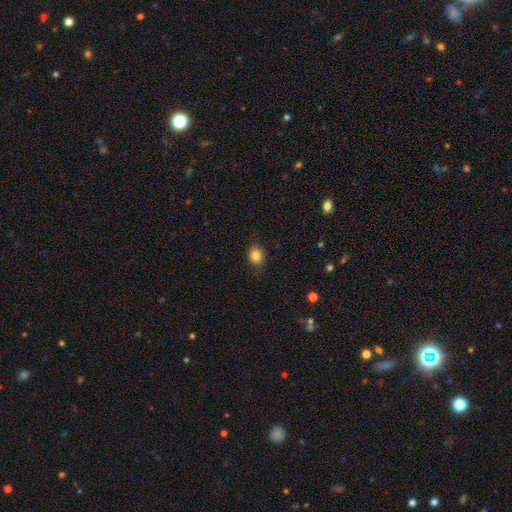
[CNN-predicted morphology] This appears to be a smooth galaxy with no disk features (84%) that is round (59%). Merging: none (86%).